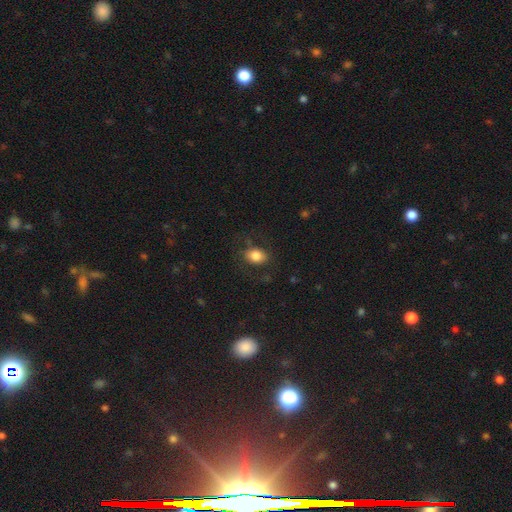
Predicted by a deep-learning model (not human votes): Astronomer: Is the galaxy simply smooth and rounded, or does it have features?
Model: smooth — 81%.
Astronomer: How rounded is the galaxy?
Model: in between — 69%.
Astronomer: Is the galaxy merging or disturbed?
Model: none — 74%.